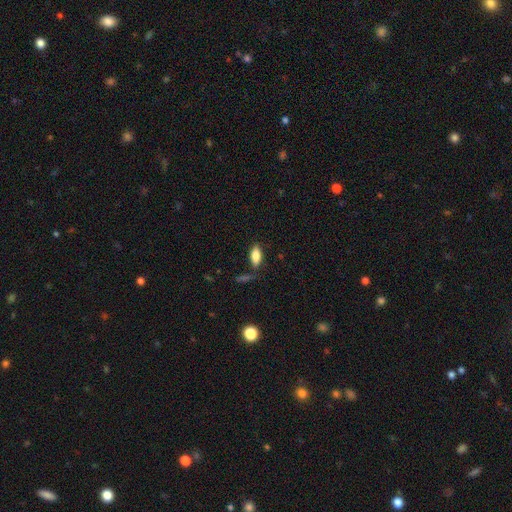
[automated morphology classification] Smooth or featured? Predicted: smooth (p=0.82). How rounded? Predicted: in between (p=0.84). Merging? Predicted: none (p=0.73).